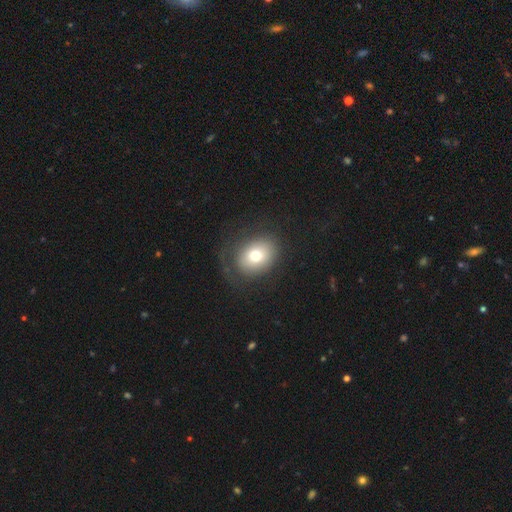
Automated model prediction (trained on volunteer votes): A smooth galaxy with no disk features (71%) that is in between round and cigar-shaped (52%).

Vote fractions:
- Smooth or featured? smooth: 71% / featured or disk: 19% / star or artifact: 10%
- How rounded? in between: 52% / round: 47% / cigar-shaped: 1%
- Merging? none: 69% / minor disturbance: 16% / major disturbance: 13% / merger: 1%